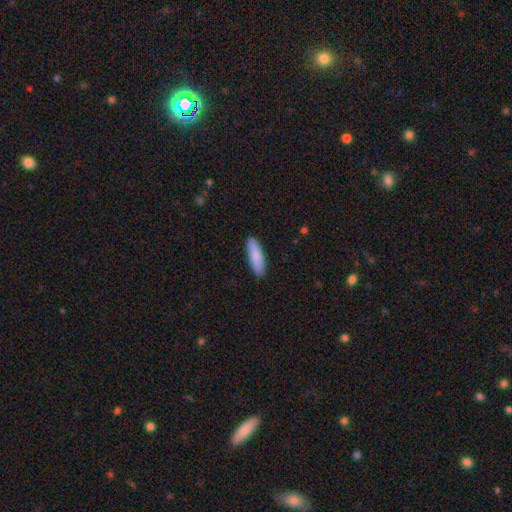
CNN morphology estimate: Smooth or featured? smooth (86%)
How rounded? cigar-shaped (55%)
Merging? none (88%)